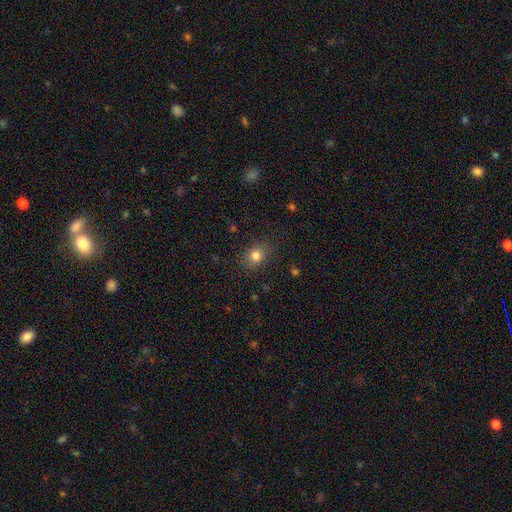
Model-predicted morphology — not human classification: Smooth or featured? Predicted: smooth (p=0.81). How rounded? Predicted: round (p=0.54). Merging? Predicted: none (p=0.83).